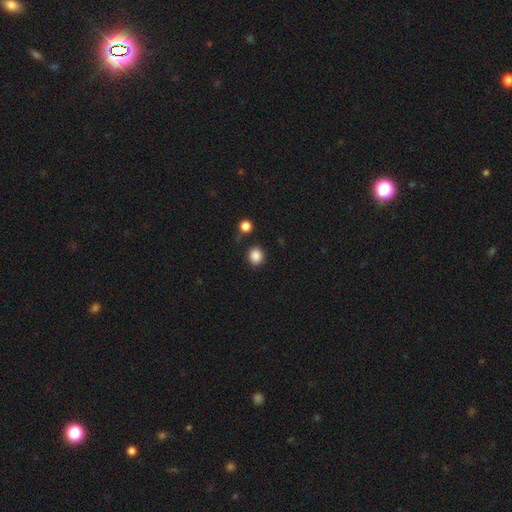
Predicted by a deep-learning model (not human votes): Q: Smooth or featured?
A: smooth (87%); runner-up: star or artifact (10%)
Q: How rounded?
A: round (82%); runner-up: in between (17%)
Q: Merging?
A: none (84%); runner-up: minor disturbance (8%)